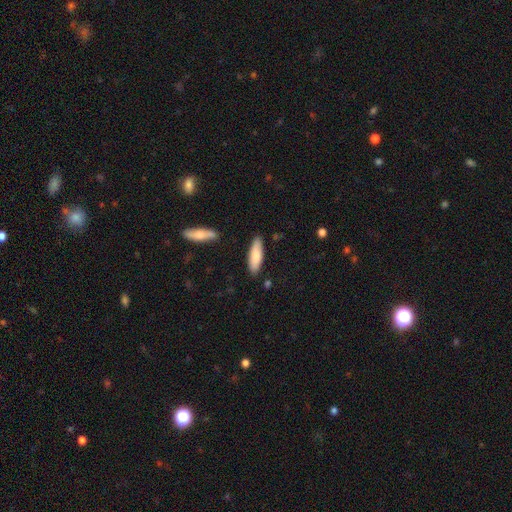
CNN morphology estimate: Overall: smooth (79%). How rounded: cigar-shaped (53%; in between 46%). Merging: none (85%).